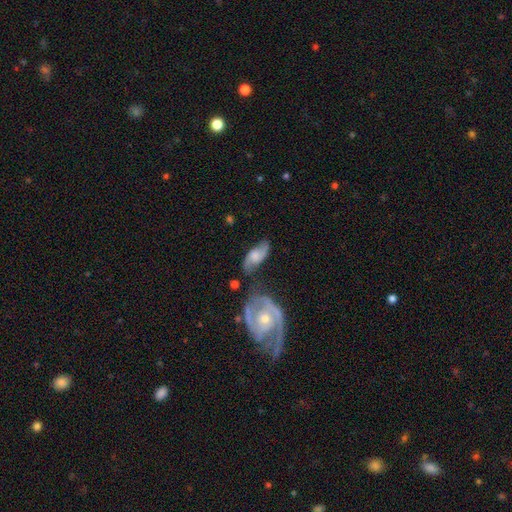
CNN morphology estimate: type=featured or disk (66%); edge-on=no (92%); bar=no (57%); spiral arms=yes (91%); winding=loose (49%); arm count=2 (88%); bulge=moderate (38%); merging=none (57%).